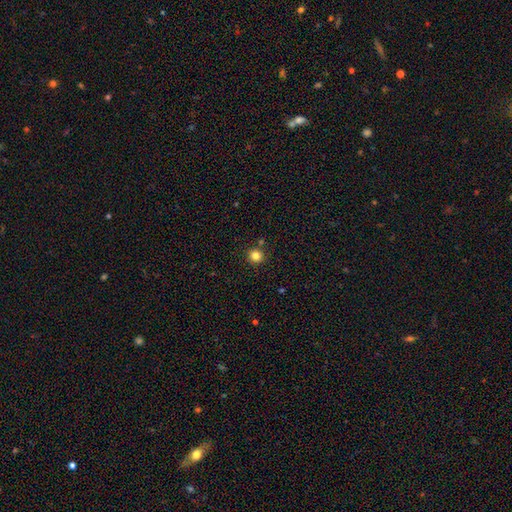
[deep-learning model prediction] Smooth or featured?
  - smooth: 82% *
  - star or artifact: 13%
  - featured or disk: 5%
How rounded?
  - round: 93% *
  - in between: 6%
  - cigar-shaped: 1%
Merging?
  - none: 88% *
  - minor disturbance: 6%
  - merger: 5%
  - major disturbance: 2%